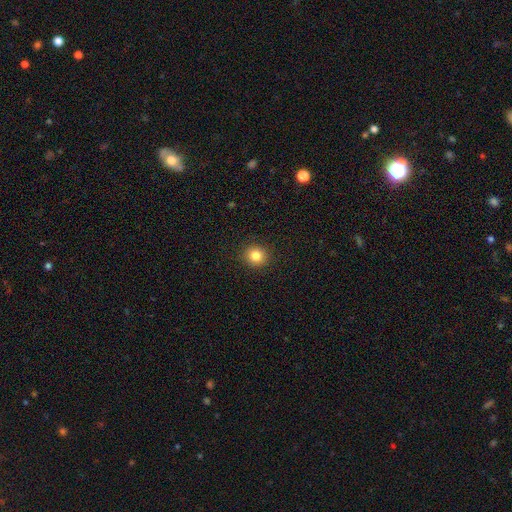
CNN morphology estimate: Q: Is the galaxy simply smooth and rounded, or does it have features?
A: smooth — 82%.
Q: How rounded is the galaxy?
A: round — 90%.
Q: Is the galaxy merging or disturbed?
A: none — 92%.